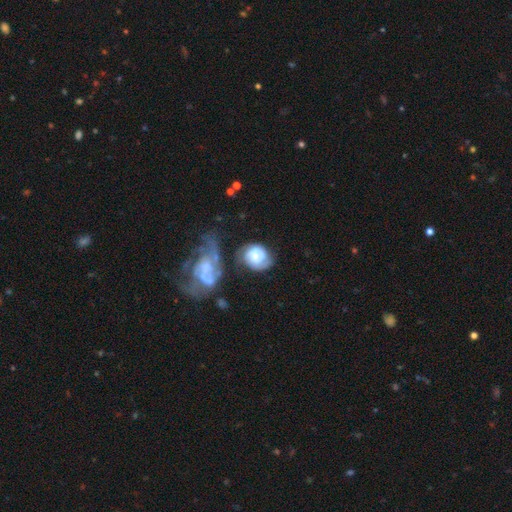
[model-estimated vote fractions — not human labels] Smooth or featured? Predicted: featured or disk (p=0.58). Edge-on disk? Predicted: no (p=0.97). Bar? Predicted: no (p=0.67). Spiral arms? Predicted: yes (p=0.82). Bulge size? Predicted: small (p=0.43). Merging? Predicted: none (p=0.45).